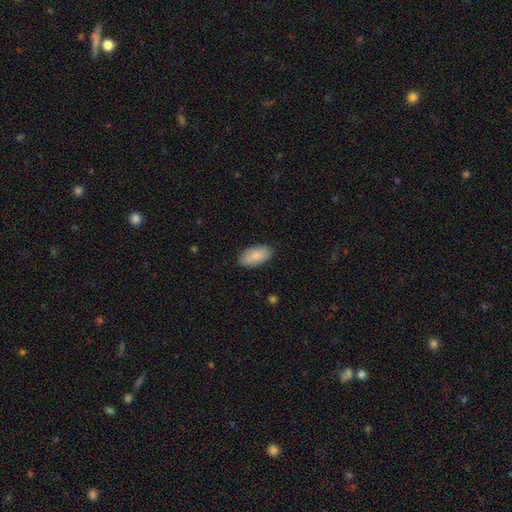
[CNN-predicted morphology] Overall: smooth (83%). How rounded: in between (93%). Merging: none (84%).